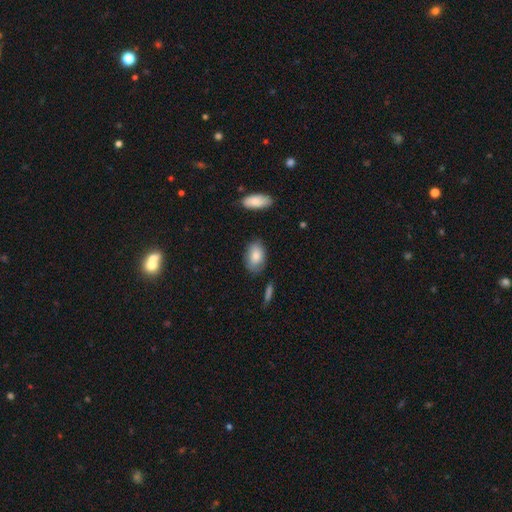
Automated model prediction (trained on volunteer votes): A smooth galaxy with no disk features (82%) that is in between round and cigar-shaped (90%). Merging: none (76%).